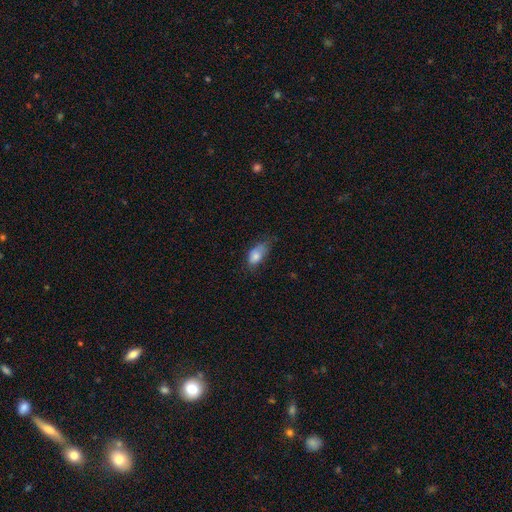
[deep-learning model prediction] Smooth or featured? smooth (80%)
How rounded? in between (90%)
Merging? none (41%)